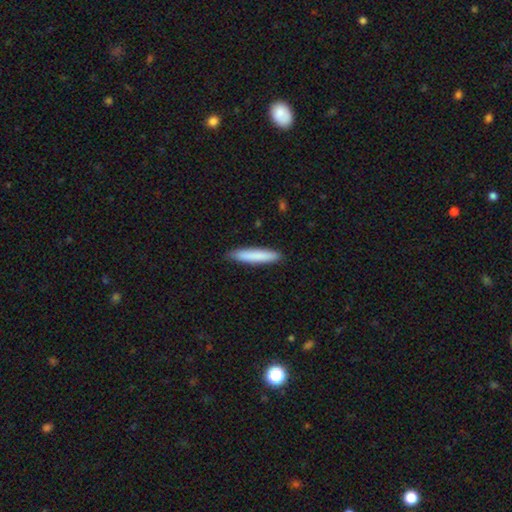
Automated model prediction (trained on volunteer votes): Smooth or featured? Predicted: smooth (p=0.84). How rounded? Predicted: cigar-shaped (p=0.89). Merging? Predicted: none (p=0.87).